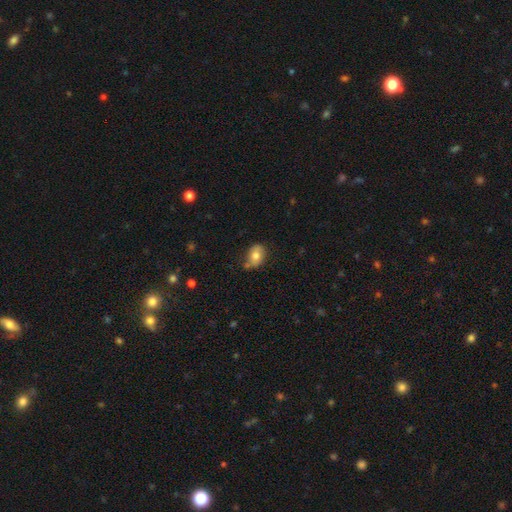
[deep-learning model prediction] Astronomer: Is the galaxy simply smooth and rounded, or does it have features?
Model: smooth — 73%.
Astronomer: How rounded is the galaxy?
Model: in between — 73%.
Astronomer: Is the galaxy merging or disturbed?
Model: none — 65%.